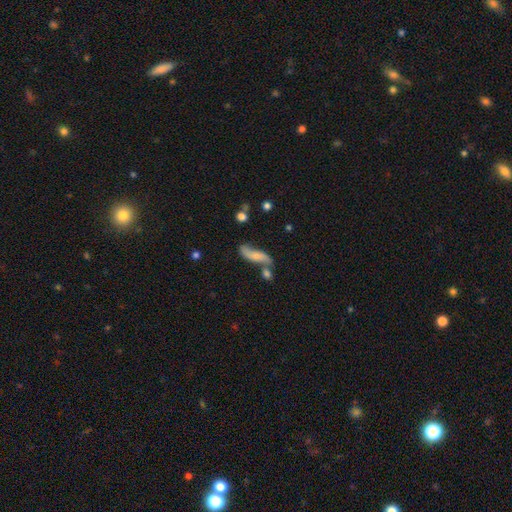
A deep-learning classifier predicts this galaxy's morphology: Smooth or featured: featured or disk — 47% (smooth — 46%)
Merging: none — 49% (minor disturbance — 22%)